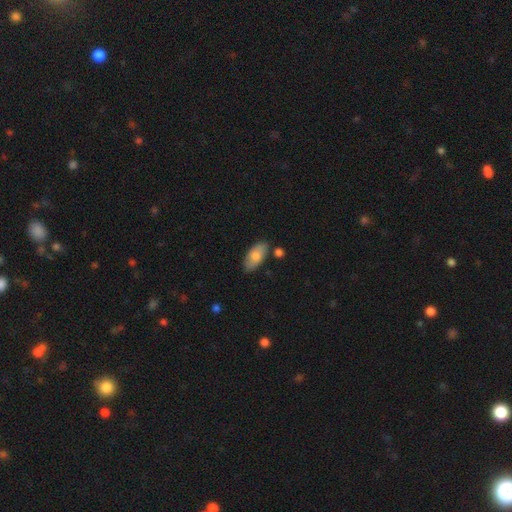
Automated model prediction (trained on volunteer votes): smooth-or-featured: smooth: 77% | featured or disk: 17% | star or artifact: 6%
  how-rounded: in between: 91% | cigar-shaped: 6% | round: 2%
  merging: none: 78% | minor disturbance: 14% | merger: 5% | major disturbance: 3%